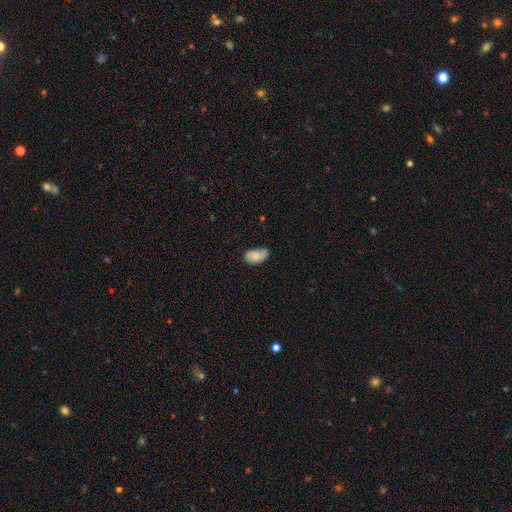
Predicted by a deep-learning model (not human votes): This is likely a smooth galaxy (72%). How rounded: clearly in between (92%). Merging: possibly none (53%).